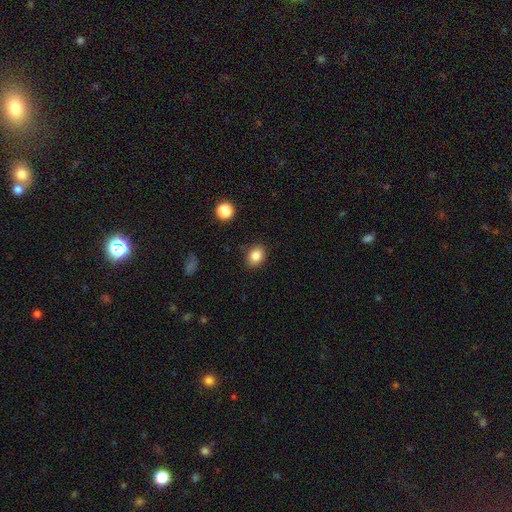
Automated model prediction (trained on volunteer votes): Smooth or featured? smooth (84%)
How rounded? in between (58%)
Merging? none (85%)